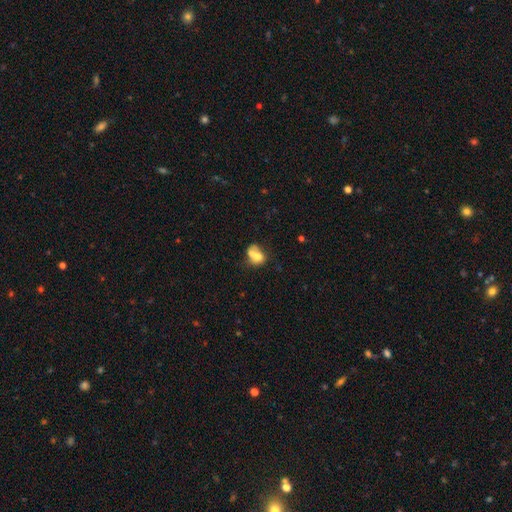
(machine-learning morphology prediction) type=smooth (64%); roundness=in between (54%); merging=merger (61%).